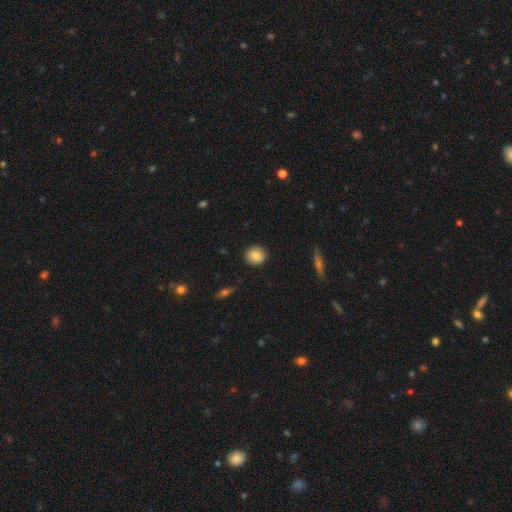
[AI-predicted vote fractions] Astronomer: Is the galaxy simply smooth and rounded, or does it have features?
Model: smooth — 85%.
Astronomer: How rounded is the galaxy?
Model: round — 85%.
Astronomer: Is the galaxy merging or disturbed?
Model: none — 90%.